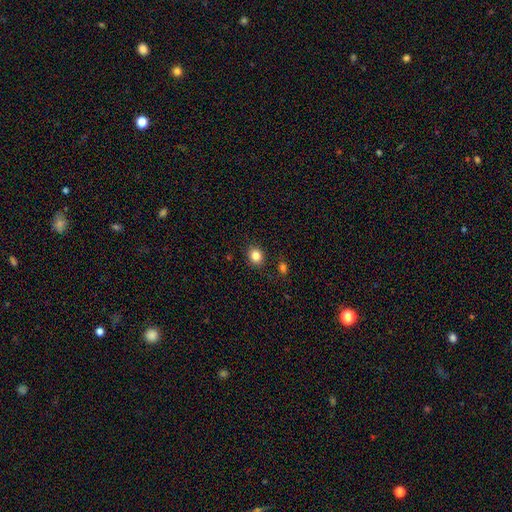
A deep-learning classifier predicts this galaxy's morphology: Smooth or featured? Predicted: smooth (p=0.84). How rounded? Predicted: round (p=0.76). Merging? Predicted: none (p=0.87).